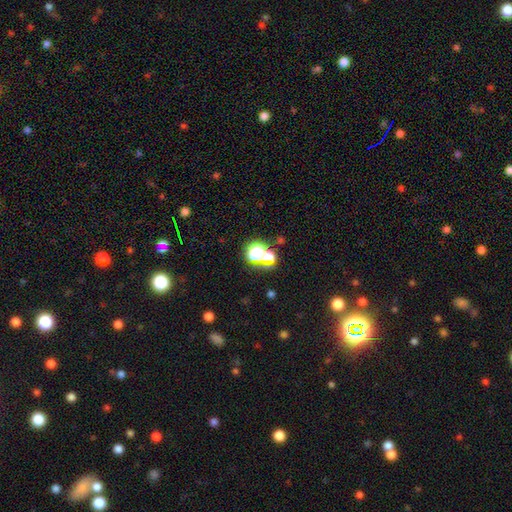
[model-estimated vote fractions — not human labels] Smooth or featured: star or artifact — 49% (smooth — 41%)